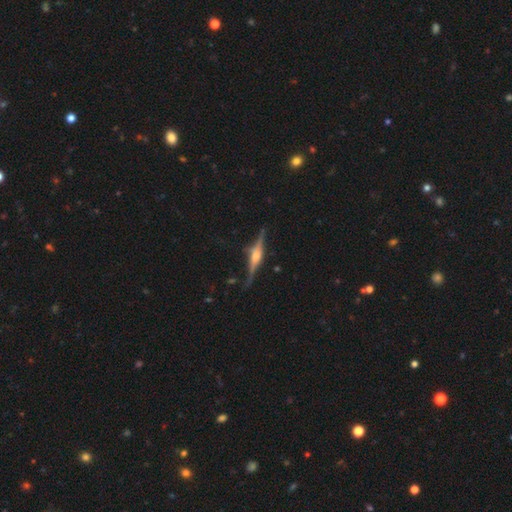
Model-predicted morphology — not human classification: Smooth or featured?
  - featured or disk: 85% *
  - smooth: 9%
  - star or artifact: 6%
Edge-on disk?
  - yes: 98% *
  - no: 2%
Edge-on bulge?
  - rounded: 87% *
  - boxy: 10%
  - none: 3%
Merging?
  - none: 85% *
  - minor disturbance: 10%
  - major disturbance: 2%
  - merger: 2%